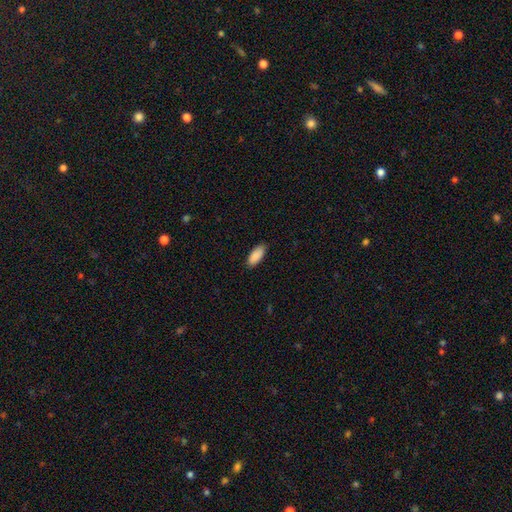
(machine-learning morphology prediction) Smooth or featured? Predicted: smooth (p=0.90). How rounded? Predicted: in between (p=0.83). Merging? Predicted: none (p=0.87).